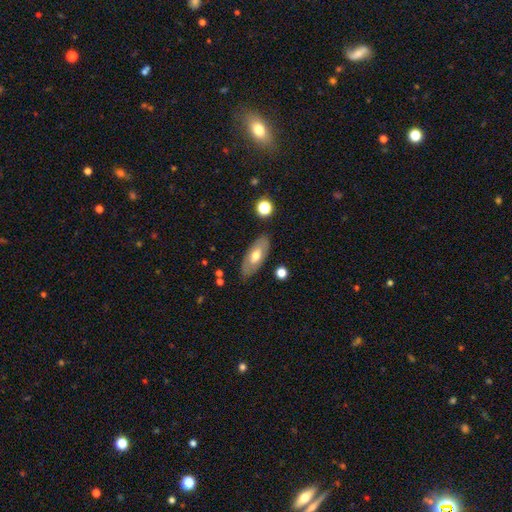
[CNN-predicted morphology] A smooth galaxy with no disk features (54%) that is in between round and cigar-shaped (84%).

Vote fractions:
- Smooth or featured? smooth: 54% / featured or disk: 39% / star or artifact: 6%
- How rounded? in between: 84% / cigar-shaped: 13% / round: 3%
- Merging? none: 83% / minor disturbance: 12% / major disturbance: 3% / merger: 2%